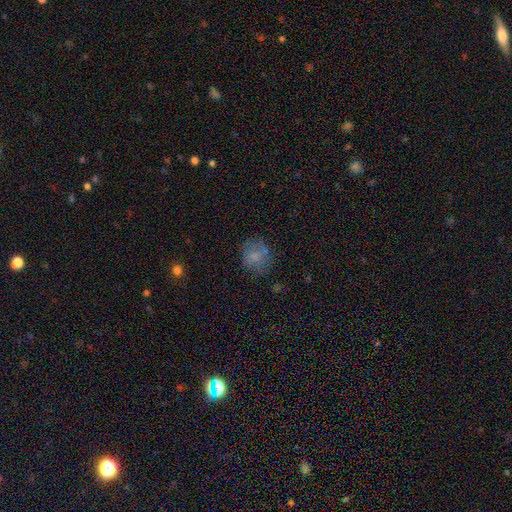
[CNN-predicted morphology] Q: Smooth or featured?
A: smooth (70%); runner-up: featured or disk (18%)
Q: How rounded?
A: round (77%); runner-up: in between (22%)
Q: Merging?
A: none (67%); runner-up: minor disturbance (20%)